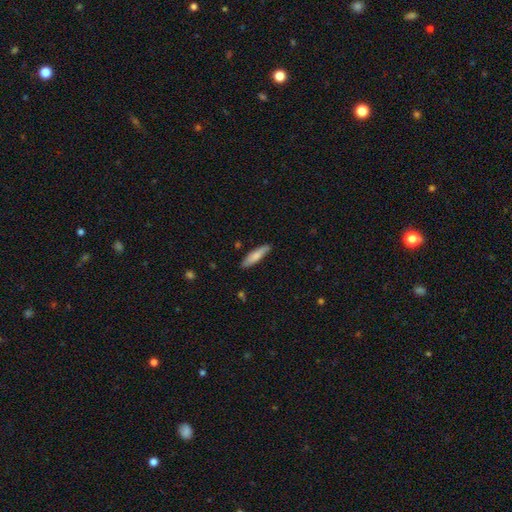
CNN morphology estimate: Smooth or featured?
  - smooth: 78% *
  - featured or disk: 16%
  - star or artifact: 5%
How rounded?
  - cigar-shaped: 76% *
  - in between: 22%
  - round: 1%
Merging?
  - none: 84% *
  - minor disturbance: 13%
  - major disturbance: 2%
  - merger: 1%